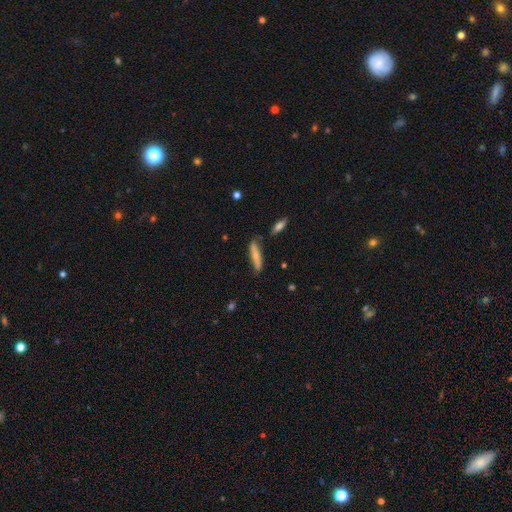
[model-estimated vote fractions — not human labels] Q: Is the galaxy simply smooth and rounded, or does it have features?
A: smooth — 63%.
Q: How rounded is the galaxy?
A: cigar-shaped — 81%.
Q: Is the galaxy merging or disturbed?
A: none — 76%.